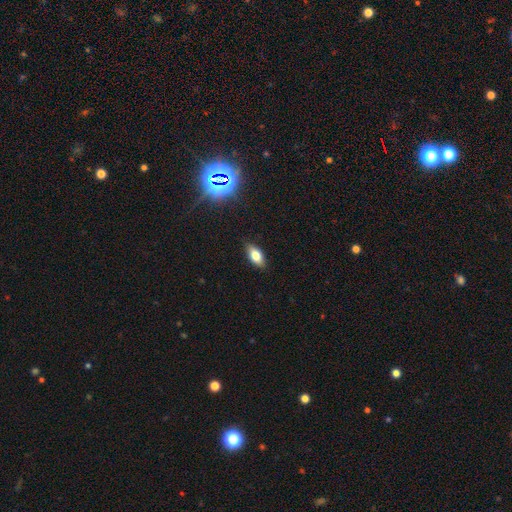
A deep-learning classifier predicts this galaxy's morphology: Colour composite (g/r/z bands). It shows a smooth galaxy with no disk features (74%) that is in between round and cigar-shaped (87%). Merging: none (87%).